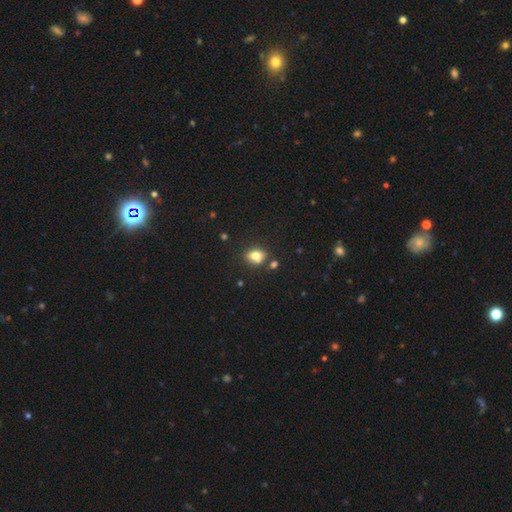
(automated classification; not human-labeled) Smooth or featured: smooth — 75% (featured or disk — 13%)
How rounded: in between — 59% (round — 39%)
Merging: none — 67% (merger — 15%)